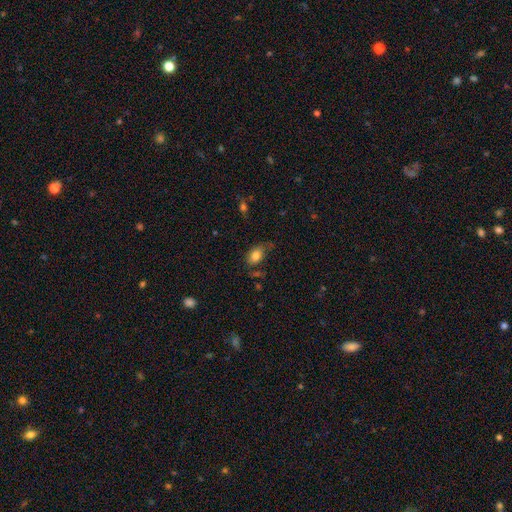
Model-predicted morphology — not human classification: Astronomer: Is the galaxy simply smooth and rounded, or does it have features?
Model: smooth — 81%.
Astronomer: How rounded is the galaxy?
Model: in between — 87%.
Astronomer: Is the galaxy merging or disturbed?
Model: none — 59%.